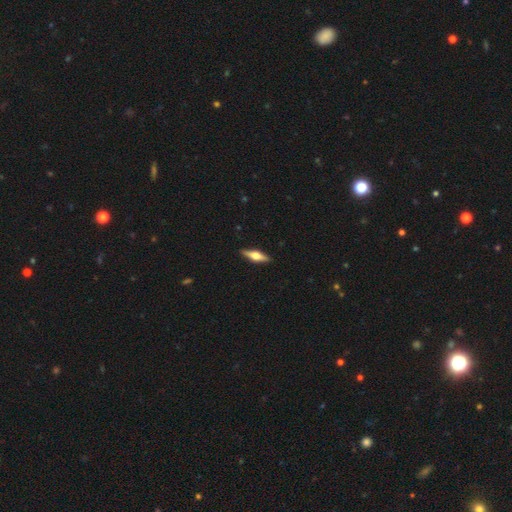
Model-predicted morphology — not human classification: This is likely a featured or disk galaxy (62%). It is clearly viewed edge-on (96%). Edge-on bulge: clearly rounded (93%). Merging: clearly none (90%).